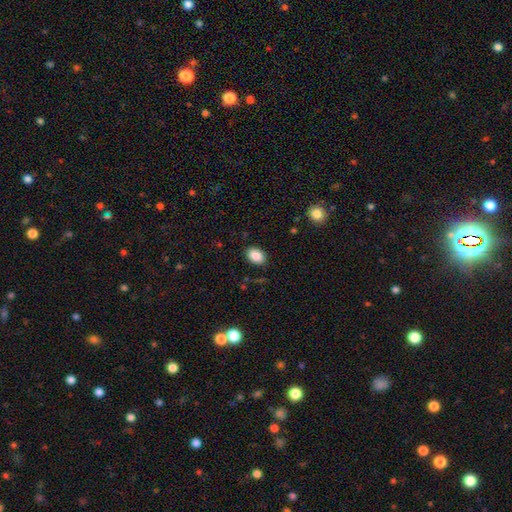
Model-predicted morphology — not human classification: Smooth or featured?
  - smooth: 88% *
  - star or artifact: 8%
  - featured or disk: 4%
How rounded?
  - in between: 82% *
  - round: 17%
  - cigar-shaped: 1%
Merging?
  - none: 86% *
  - minor disturbance: 10%
  - major disturbance: 3%
  - merger: 1%